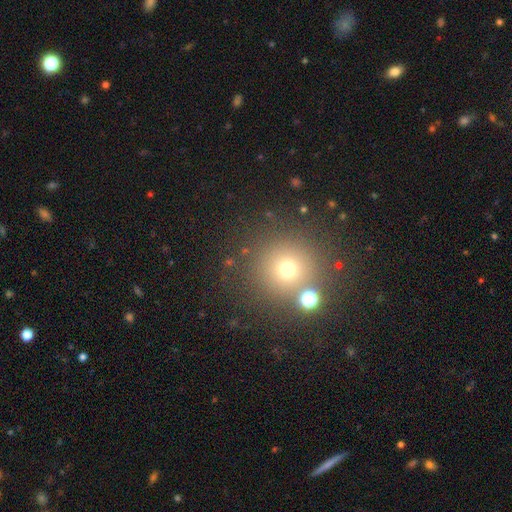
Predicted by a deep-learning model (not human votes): Smooth or featured? Predicted: smooth (p=0.54). How rounded? Predicted: round (p=0.92). Merging? Predicted: none (p=0.78).